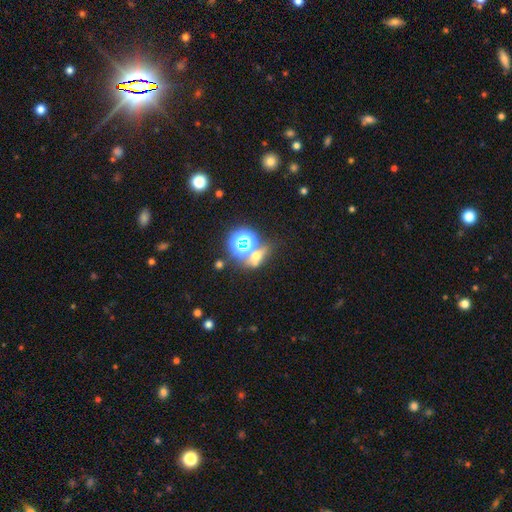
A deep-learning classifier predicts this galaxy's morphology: Smooth or featured? star or artifact (45%)